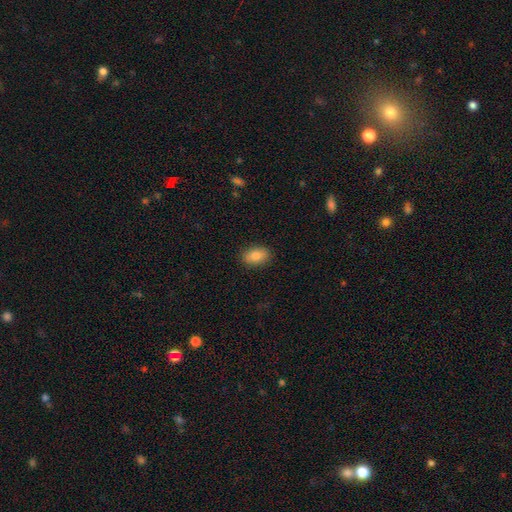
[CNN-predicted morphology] smooth-or-featured: smooth: 83% | featured or disk: 9% | star or artifact: 8%
  how-rounded: in between: 86% | round: 12% | cigar-shaped: 2%
  merging: none: 89% | minor disturbance: 8% | major disturbance: 2% | merger: 1%